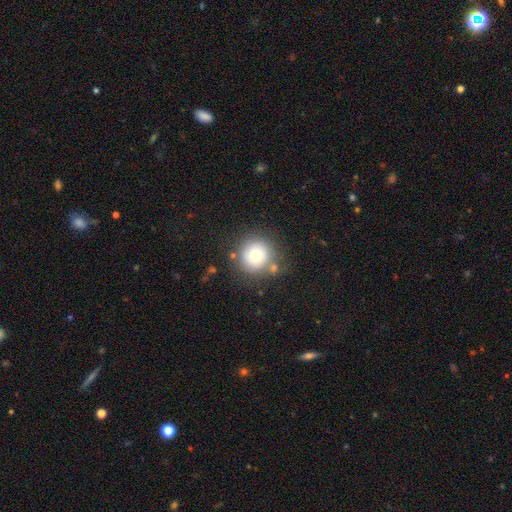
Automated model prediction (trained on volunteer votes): smooth-or-featured: smooth: 72% | featured or disk: 16% | star or artifact: 11%
  how-rounded: round: 93% | in between: 6% | cigar-shaped: 1%
  merging: none: 74% | minor disturbance: 12% | merger: 8% | major disturbance: 5%